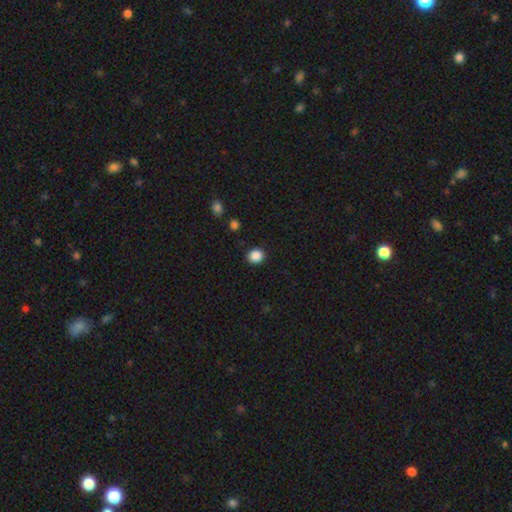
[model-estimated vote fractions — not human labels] Smooth or featured?
  - smooth: 88% *
  - star or artifact: 10%
  - featured or disk: 3%
How rounded?
  - round: 76% *
  - in between: 23%
  - cigar-shaped: 1%
Merging?
  - none: 90% *
  - minor disturbance: 7%
  - major disturbance: 2%
  - merger: 1%